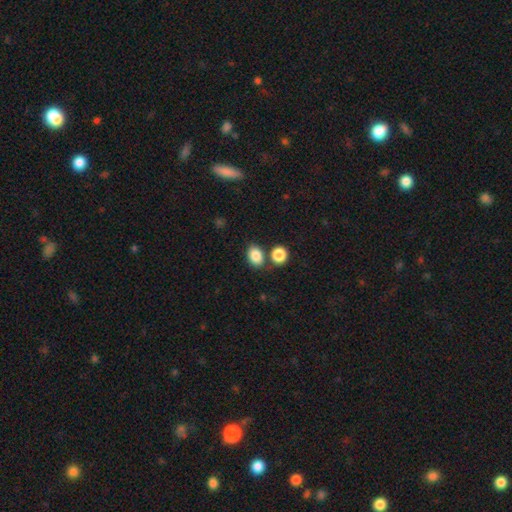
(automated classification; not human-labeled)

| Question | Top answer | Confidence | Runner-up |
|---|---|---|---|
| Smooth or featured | smooth | 86% | star or artifact (9%) |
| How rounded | in between | 69% | round (30%) |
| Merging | none | 67% | merger (19%) |